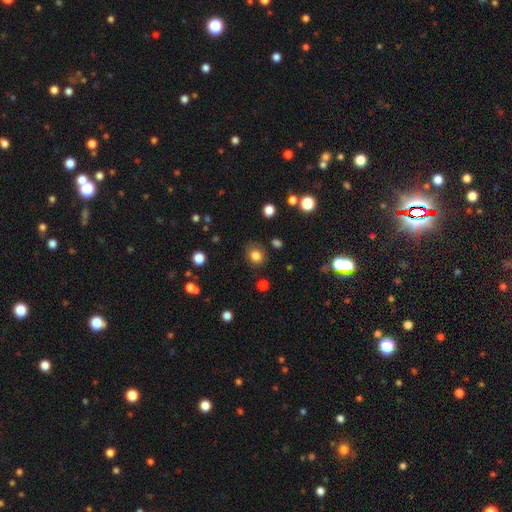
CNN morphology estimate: smooth_or_featured: smooth (p=0.82) [alt: star or artifact p=0.12]
how_rounded: round (p=0.71) [alt: in between p=0.28]
merging: none (p=0.81) [alt: minor disturbance p=0.13]